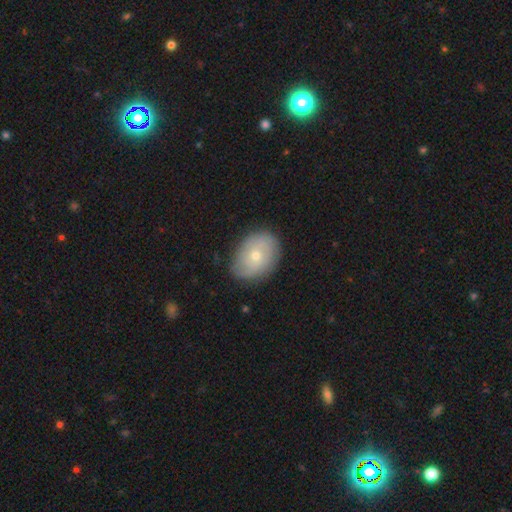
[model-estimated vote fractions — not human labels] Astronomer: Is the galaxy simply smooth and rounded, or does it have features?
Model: smooth — 47% (runner-up: featured or disk, 45%).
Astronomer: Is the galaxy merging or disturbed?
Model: none — 79%.